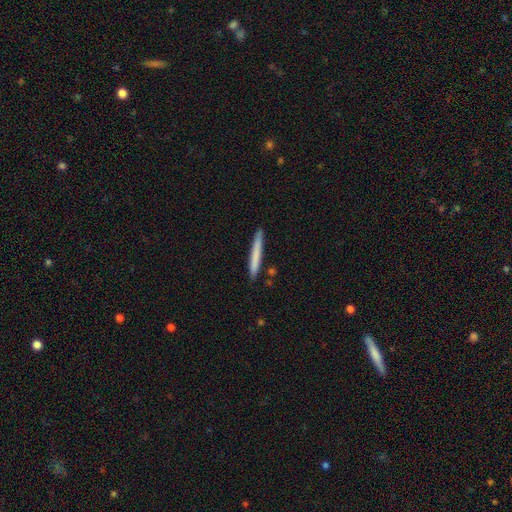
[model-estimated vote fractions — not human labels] A smooth galaxy with no disk features (71%) that is cigar-shaped (97%).

Vote fractions:
- Smooth or featured? smooth: 71% / featured or disk: 23% / star or artifact: 6%
- How rounded? cigar-shaped: 97% / in between: 2% / round: 1%
- Merging? none: 89% / minor disturbance: 8% / merger: 2% / major disturbance: 1%